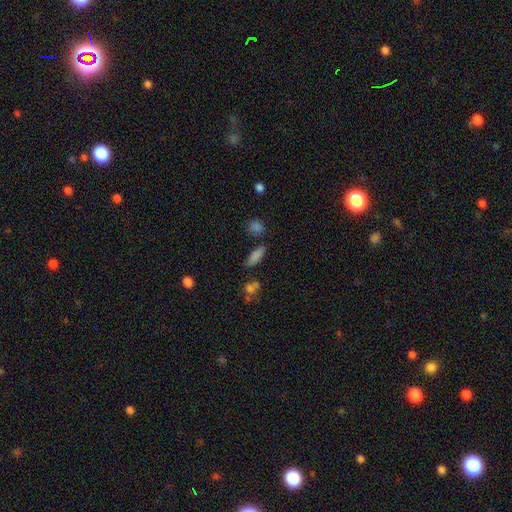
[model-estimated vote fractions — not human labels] smooth_or_featured: smooth (p=0.78) [alt: star or artifact p=0.13]
how_rounded: in between (p=0.52) [alt: cigar-shaped p=0.44]
merging: none (p=0.74) [alt: minor disturbance p=0.13]